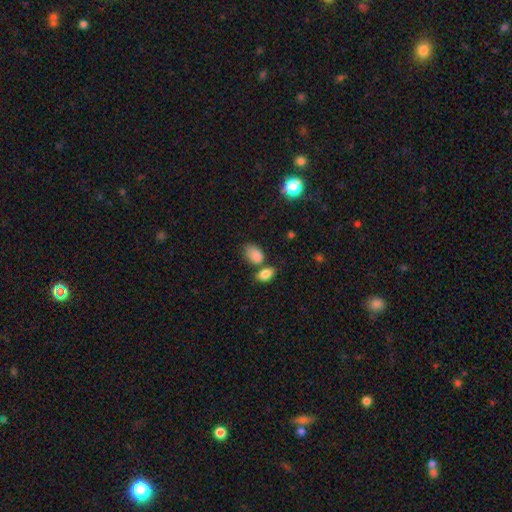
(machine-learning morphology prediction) smooth-or-featured: smooth: 84% | star or artifact: 10% | featured or disk: 6%
  how-rounded: in between: 84% | round: 15% | cigar-shaped: 1%
  merging: none: 47% | merger: 25% | minor disturbance: 20% | major disturbance: 7%